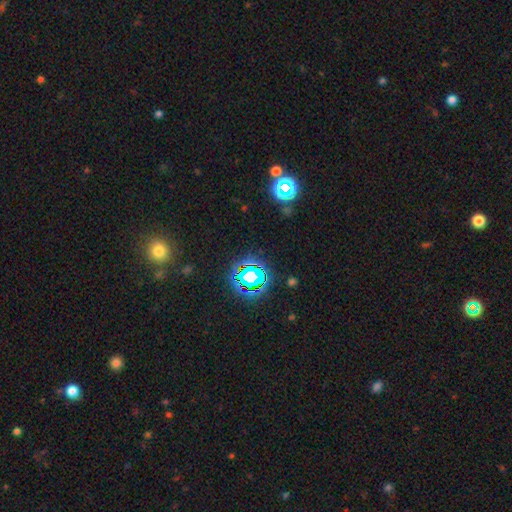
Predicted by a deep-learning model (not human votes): This appears to be a star or artifact, not a galaxy (77%).